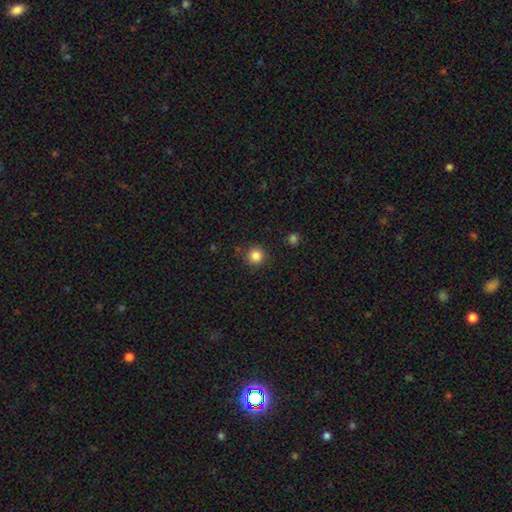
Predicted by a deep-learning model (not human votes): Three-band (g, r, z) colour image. It shows a smooth galaxy with no disk features (85%) that is round (95%). Merging: none (88%).